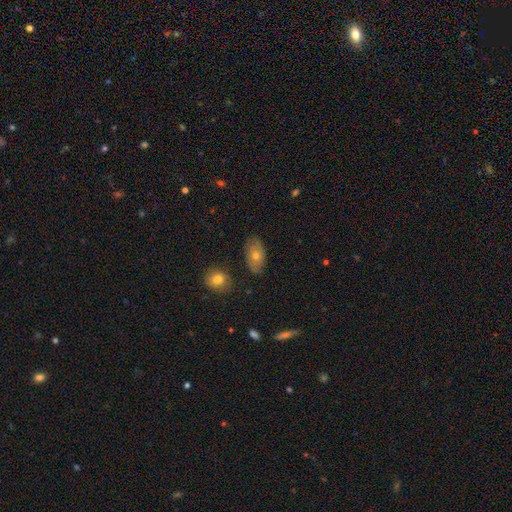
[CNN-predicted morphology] type=smooth (58%); roundness=in between (89%); merging=none (82%).